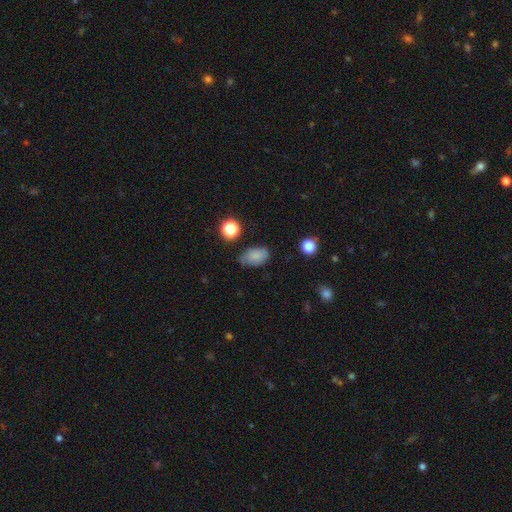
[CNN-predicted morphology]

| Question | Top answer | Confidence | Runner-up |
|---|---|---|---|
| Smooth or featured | smooth | 80% | star or artifact (11%) |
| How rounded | in between | 89% | round (10%) |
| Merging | none | 64% | minor disturbance (28%) |